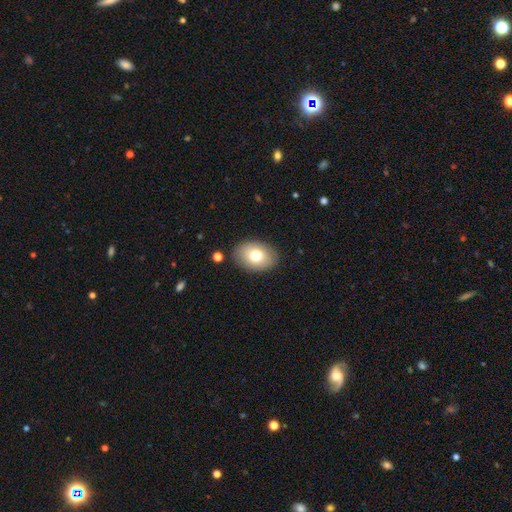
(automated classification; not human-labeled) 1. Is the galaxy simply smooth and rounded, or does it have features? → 76% smooth, 16% featured or disk, 8% star or artifact.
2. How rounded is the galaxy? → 78% in between, 21% round, 1% cigar-shaped.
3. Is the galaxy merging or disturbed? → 87% none, 9% minor disturbance, 2% major disturbance, 2% merger.